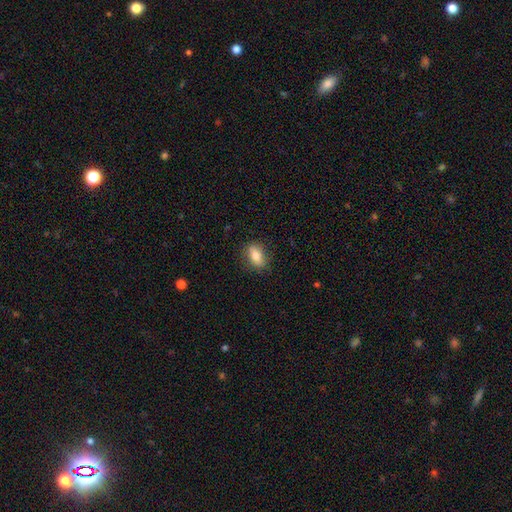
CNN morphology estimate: Smooth or featured: smooth — 78% (featured or disk — 14%)
How rounded: in between — 80% (round — 15%)
Merging: none — 82% (minor disturbance — 13%)